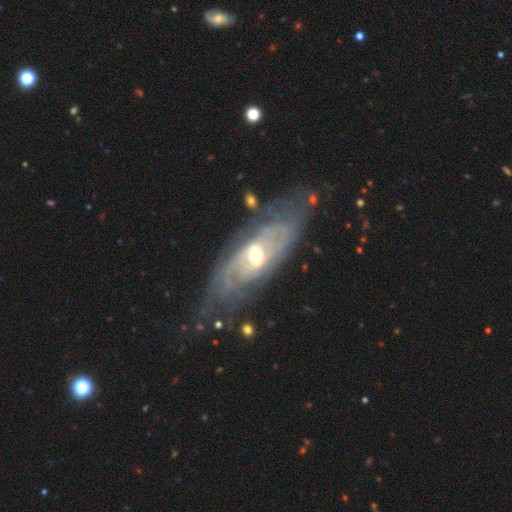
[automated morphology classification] Smooth or featured?
  - featured or disk: 85% *
  - smooth: 10%
  - star or artifact: 5%
Edge-on disk?
  - no: 88% *
  - yes: 12%
Bar?
  - weak: 45% *
  - no: 34%
  - strong: 21%
Spiral arms?
  - yes: 89% *
  - no: 11%
Spiral winding?
  - tight: 59% *
  - medium: 30%
  - loose: 11%
Spiral arm count?
  - can't tell: 43% *
  - 2: 34%
  - 3: 9%
  - 4: 6%
  - more than 4: 4%
  - 1: 4%
Bulge size?
  - moderate: 59% *
  - small: 34%
  - large: 5%
  - none: 1%
  - dominant: 1%
Merging?
  - none: 67% *
  - minor disturbance: 19%
  - major disturbance: 11%
  - merger: 3%